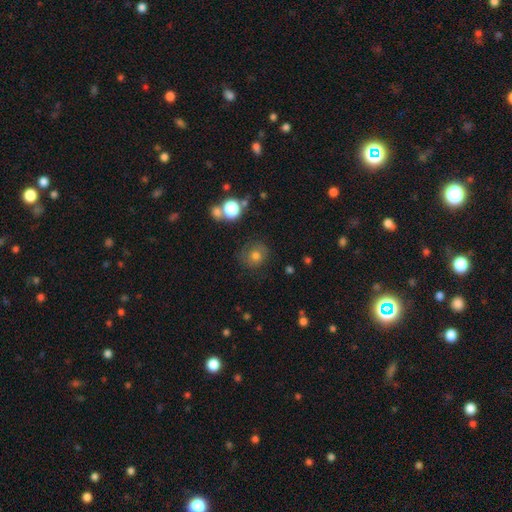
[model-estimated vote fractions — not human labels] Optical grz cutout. It shows a smooth galaxy with no disk features (60%) that is round (78%). Merging: none (70%).